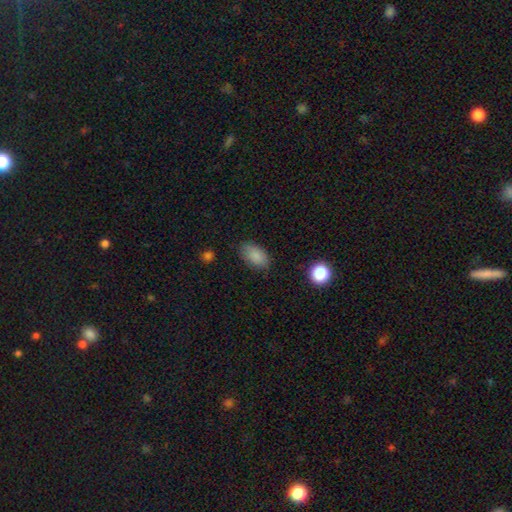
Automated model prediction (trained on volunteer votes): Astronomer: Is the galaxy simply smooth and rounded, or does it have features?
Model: smooth — 86%.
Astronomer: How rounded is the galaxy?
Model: in between — 92%.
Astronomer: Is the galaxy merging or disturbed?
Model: none — 79%.